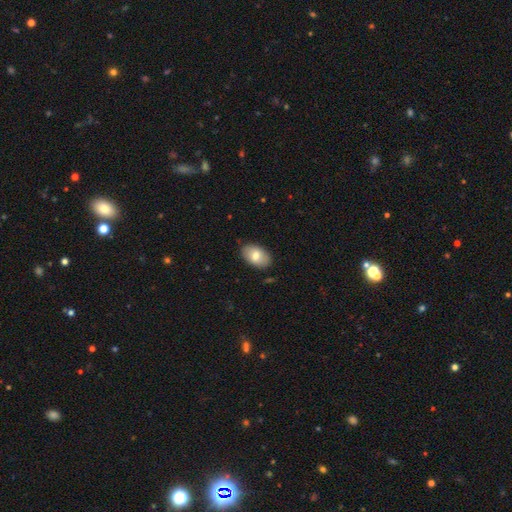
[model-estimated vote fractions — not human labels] Smooth or featured? Predicted: smooth (p=0.75). How rounded? Predicted: in between (p=0.91). Merging? Predicted: none (p=0.86).